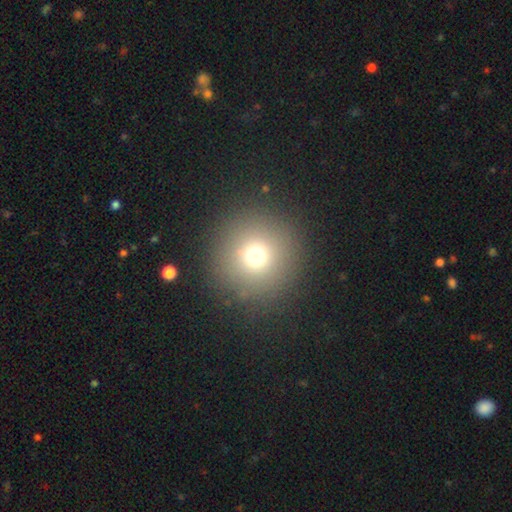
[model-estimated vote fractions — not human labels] The model was most divided on "smooth or featured": smooth: 71%, star or artifact: 19%, featured or disk: 10%. More confident: how rounded — round (95%); merging — none (89%).